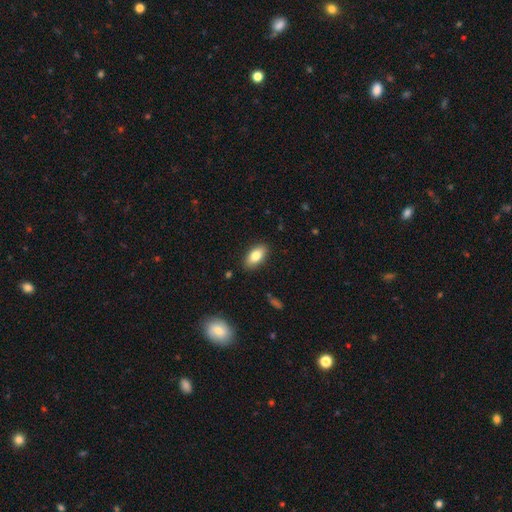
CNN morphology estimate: Smooth or featured? Predicted: smooth (p=0.81). How rounded? Predicted: in between (p=0.90). Merging? Predicted: none (p=0.87).